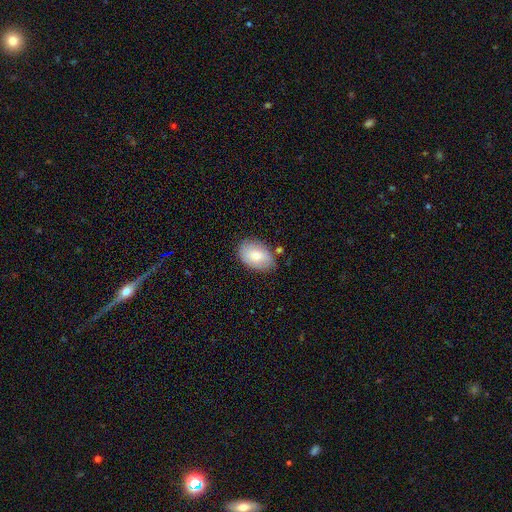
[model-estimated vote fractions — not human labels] Smooth or featured? smooth (72%)
How rounded? in between (86%)
Merging? none (74%)